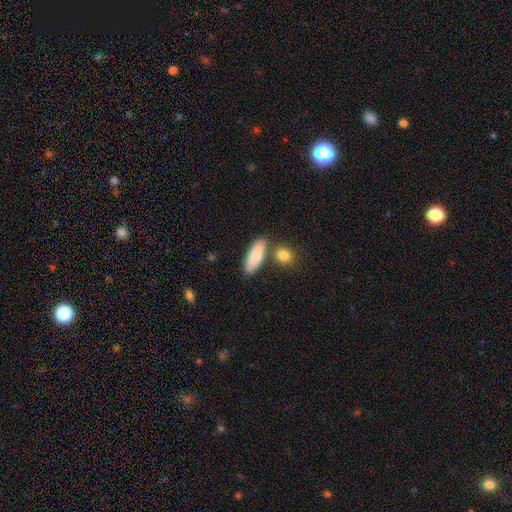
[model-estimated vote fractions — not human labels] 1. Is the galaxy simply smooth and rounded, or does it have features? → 83% smooth, 11% featured or disk, 6% star or artifact.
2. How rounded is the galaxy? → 65% in between, 32% cigar-shaped, 3% round.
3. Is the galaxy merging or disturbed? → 70% none, 15% merger, 11% minor disturbance, 3% major disturbance.